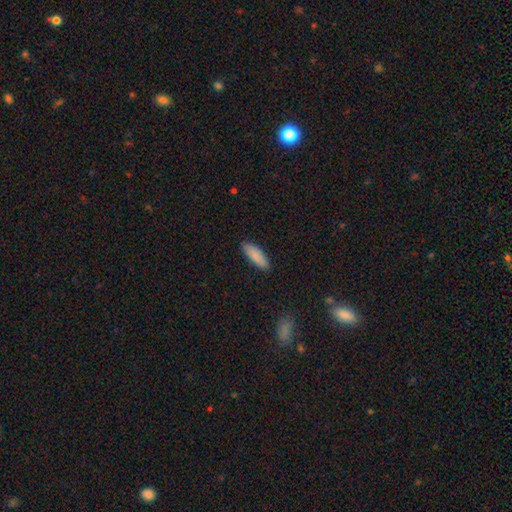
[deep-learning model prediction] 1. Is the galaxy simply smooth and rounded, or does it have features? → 87% smooth, 8% featured or disk, 6% star or artifact.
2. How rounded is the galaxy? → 52% in between, 46% cigar-shaped, 2% round.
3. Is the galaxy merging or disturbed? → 88% none, 9% minor disturbance, 2% major disturbance, 1% merger.